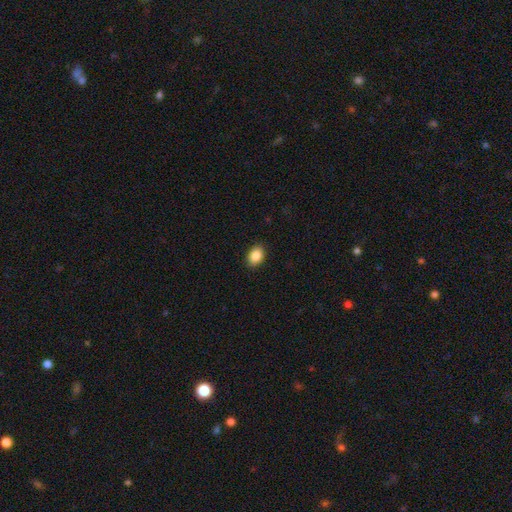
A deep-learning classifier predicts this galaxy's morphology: Overall: smooth (88%). How rounded: in between (76%). Merging: none (89%).